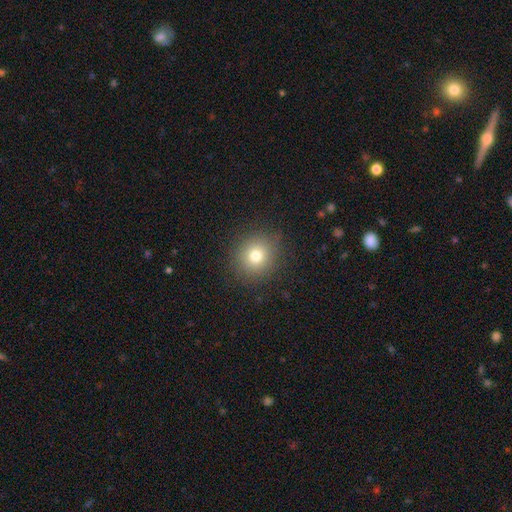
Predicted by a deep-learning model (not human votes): Smooth or featured: smooth — 76% (star or artifact — 14%)
How rounded: round — 88% (in between — 11%)
Merging: none — 88% (minor disturbance — 8%)